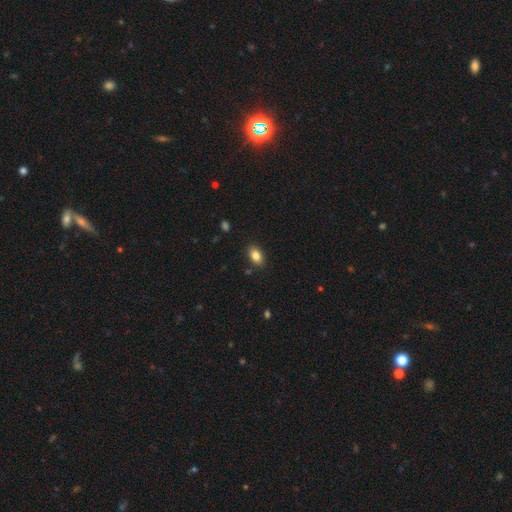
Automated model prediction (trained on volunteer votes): smooth-or-featured: smooth: 85% | star or artifact: 9% | featured or disk: 6%
  how-rounded: in between: 88% | round: 11% | cigar-shaped: 2%
  merging: none: 87% | minor disturbance: 9% | major disturbance: 2% | merger: 2%